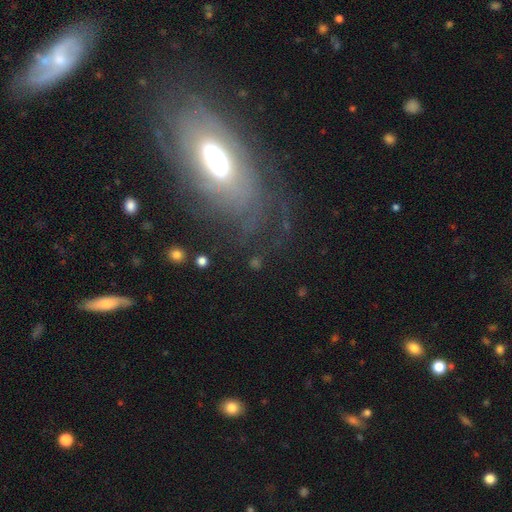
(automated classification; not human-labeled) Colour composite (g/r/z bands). It shows a featured or disk galaxy (59%) with no bar (69%), spiral arms (58%) and a large central bulge (41%). Merging: none (62%).